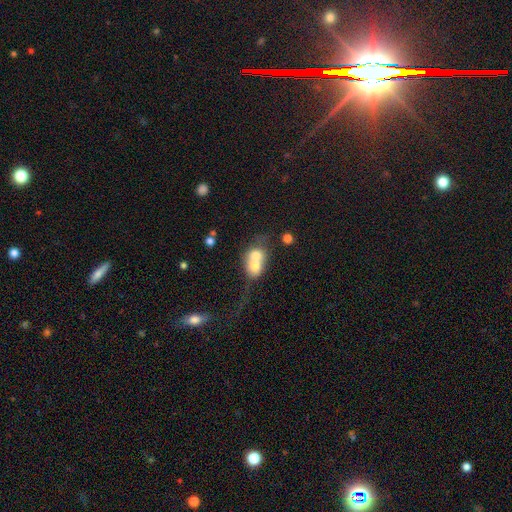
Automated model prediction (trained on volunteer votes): Smooth or featured?
  - smooth: 64% *
  - featured or disk: 26%
  - star or artifact: 10%
How rounded?
  - round: 54% *
  - in between: 45%
  - cigar-shaped: 2%
Merging?
  - merger: 75% *
  - none: 15%
  - major disturbance: 5%
  - minor disturbance: 5%